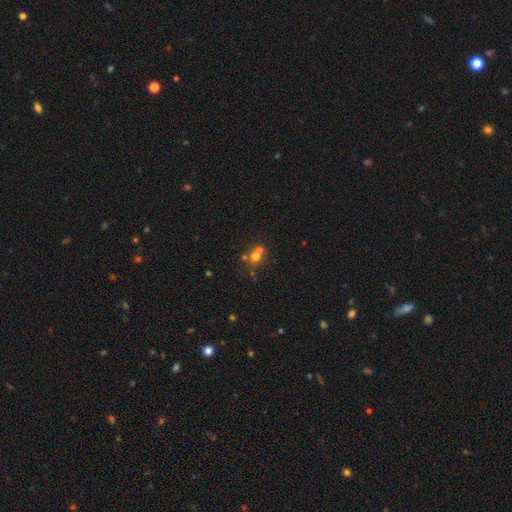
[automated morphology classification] Q: Smooth or featured?
A: smooth (61%); runner-up: star or artifact (21%)
Q: How rounded?
A: round (84%); runner-up: in between (15%)
Q: Merging?
A: merger (48%); runner-up: none (42%)